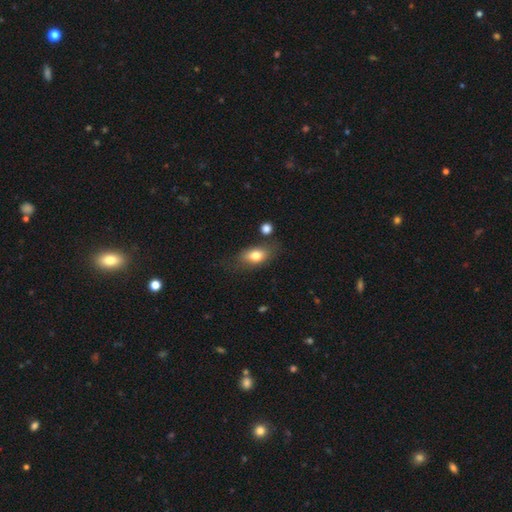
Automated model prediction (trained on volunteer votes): Smooth or featured? smooth (76%)
How rounded? in between (82%)
Merging? none (67%)